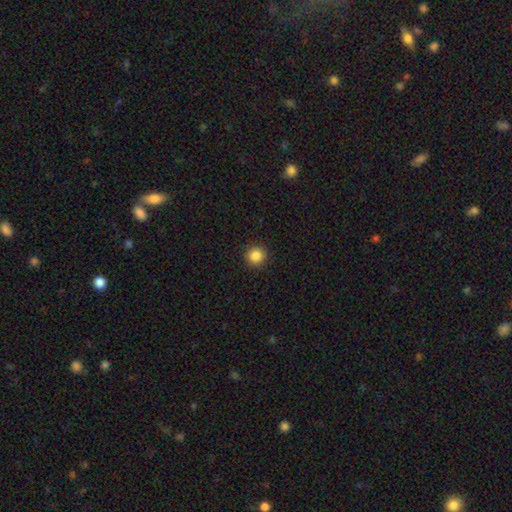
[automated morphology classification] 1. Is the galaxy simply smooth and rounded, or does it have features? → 86% smooth, 10% star or artifact, 3% featured or disk.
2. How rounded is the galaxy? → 95% round, 4% in between, 1% cigar-shaped.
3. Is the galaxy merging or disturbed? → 92% none, 5% minor disturbance, 2% major disturbance, 1% merger.